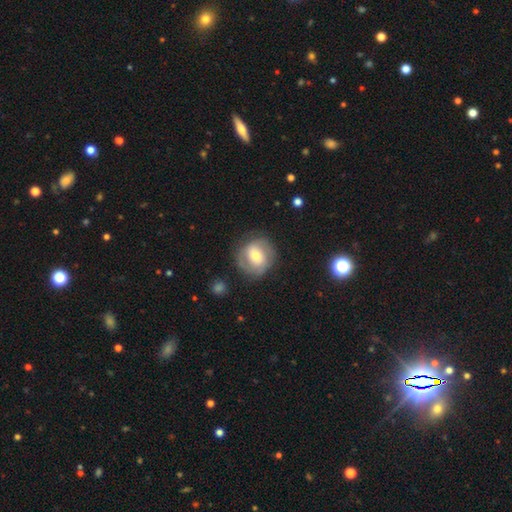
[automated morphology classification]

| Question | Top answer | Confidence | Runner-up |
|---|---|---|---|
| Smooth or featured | featured or disk | 52% | smooth (41%) |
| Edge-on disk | no | 96% | yes (4%) |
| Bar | weak | 41% | no (39%) |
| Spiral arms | yes | 72% | no (28%) |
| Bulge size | moderate | 62% | small (27%) |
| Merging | none | 75% | minor disturbance (16%) |